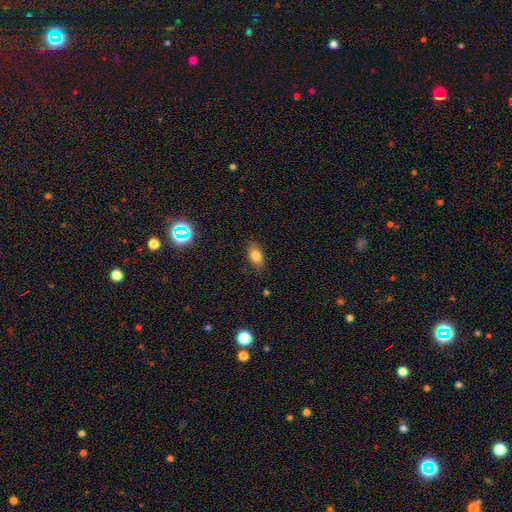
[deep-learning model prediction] Smooth or featured?
  - smooth: 78% *
  - star or artifact: 11%
  - featured or disk: 10%
How rounded?
  - in between: 84% *
  - round: 11%
  - cigar-shaped: 6%
Merging?
  - none: 82% *
  - minor disturbance: 13%
  - major disturbance: 3%
  - merger: 1%